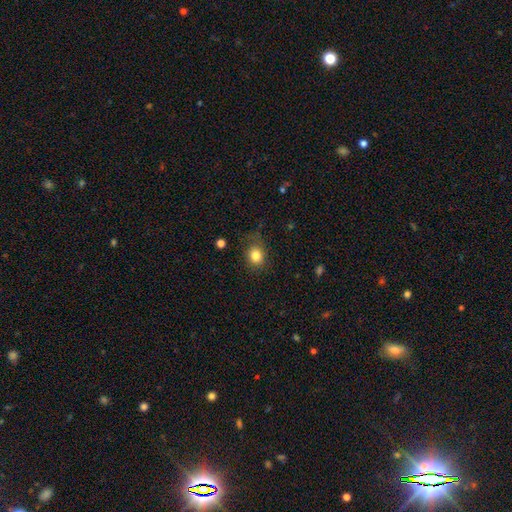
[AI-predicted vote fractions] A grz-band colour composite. It shows a smooth galaxy with no disk features (82%) that is round (66%). Merging: none (74%).